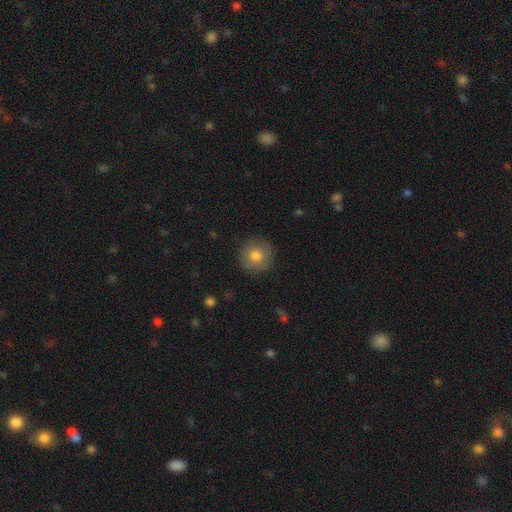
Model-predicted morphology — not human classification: Smooth or featured? smooth (78%)
How rounded? round (95%)
Merging? none (89%)